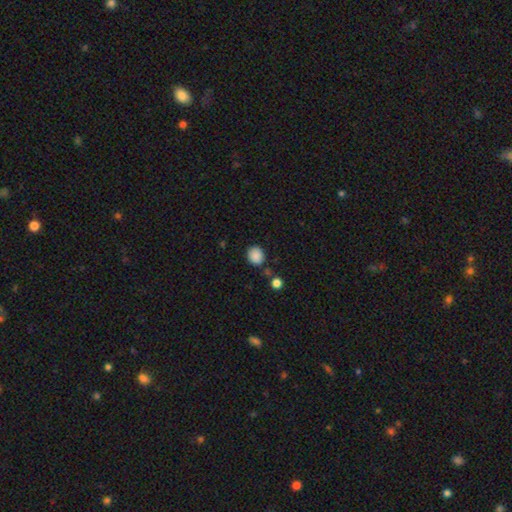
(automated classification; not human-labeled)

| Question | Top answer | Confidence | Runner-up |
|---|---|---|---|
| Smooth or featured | smooth | 88% | star or artifact (9%) |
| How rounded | round | 72% | in between (27%) |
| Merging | none | 81% | minor disturbance (12%) |